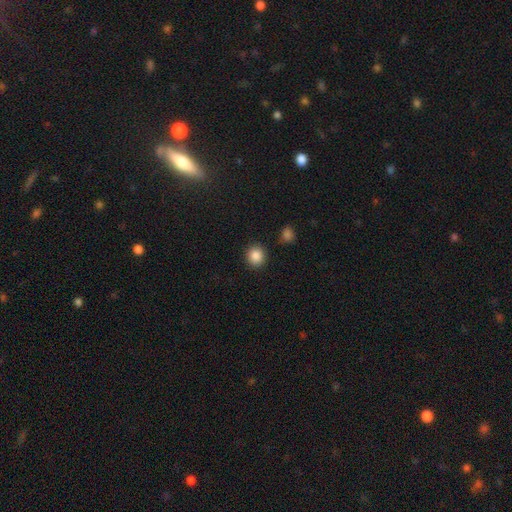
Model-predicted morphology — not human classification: Overall: smooth (87%). How rounded: round (88%). Merging: none (88%).